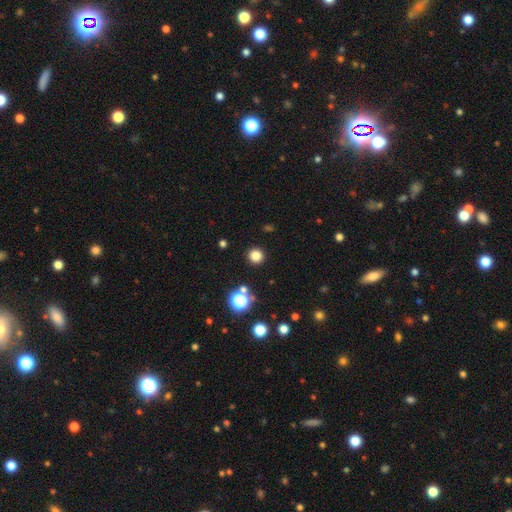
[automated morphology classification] Overall: smooth (80%). How rounded: round (95%). Merging: none (92%).